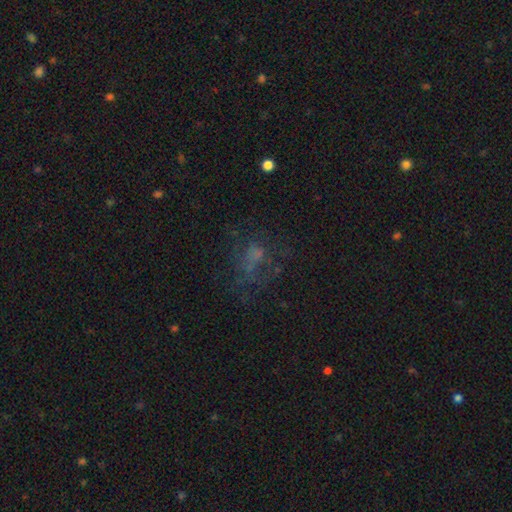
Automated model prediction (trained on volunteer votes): Overall: smooth (35%; featured or disk 33%). Merging: none (51%; major disturbance 29%).